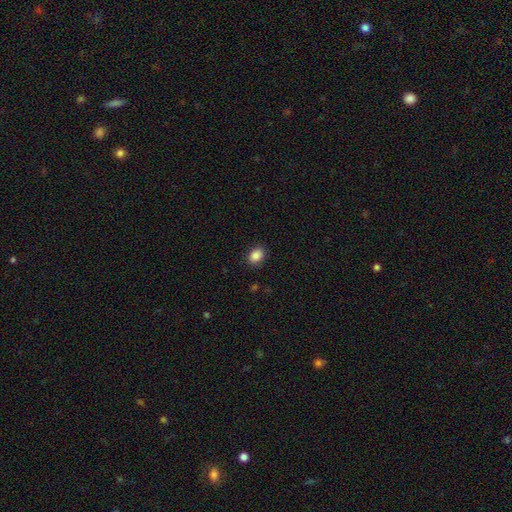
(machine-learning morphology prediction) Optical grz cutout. It shows a smooth galaxy with no disk features (87%) that is in between round and cigar-shaped (66%). Merging: none (87%).